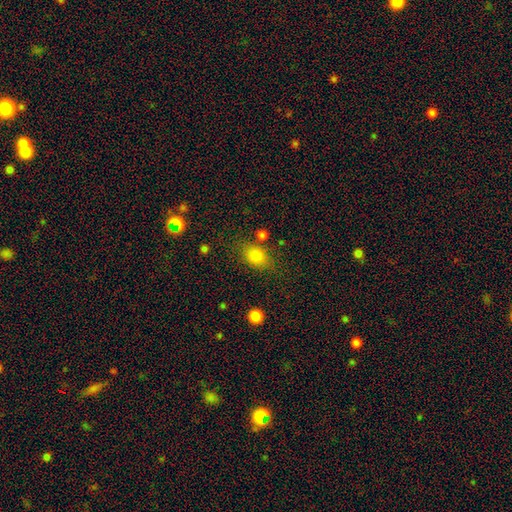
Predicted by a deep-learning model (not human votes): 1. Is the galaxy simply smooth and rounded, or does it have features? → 82% smooth, 11% star or artifact, 8% featured or disk.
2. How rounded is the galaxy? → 63% in between, 35% round, 2% cigar-shaped.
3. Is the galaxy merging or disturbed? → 69% none, 17% minor disturbance, 8% merger, 7% major disturbance.